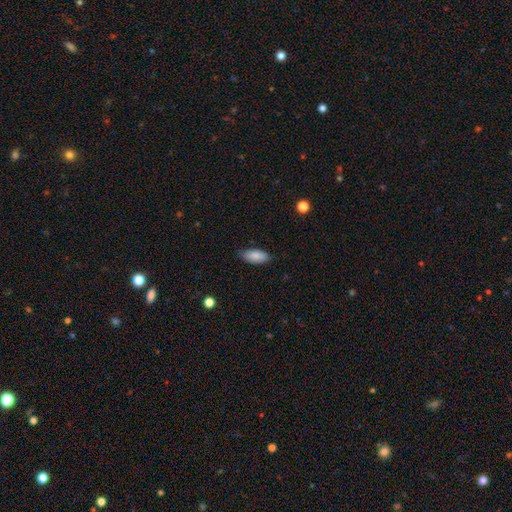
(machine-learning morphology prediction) Smooth or featured? Predicted: smooth (p=0.87). How rounded? Predicted: in between (p=0.86). Merging? Predicted: none (p=0.83).